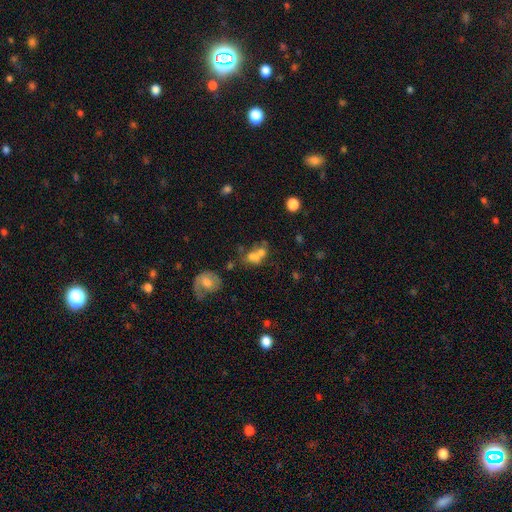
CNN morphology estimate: smooth_or_featured: smooth (p=0.61) [alt: featured or disk p=0.24]
how_rounded: in between (p=0.51) [alt: round p=0.46]
merging: merger (p=0.57) [alt: none p=0.23]